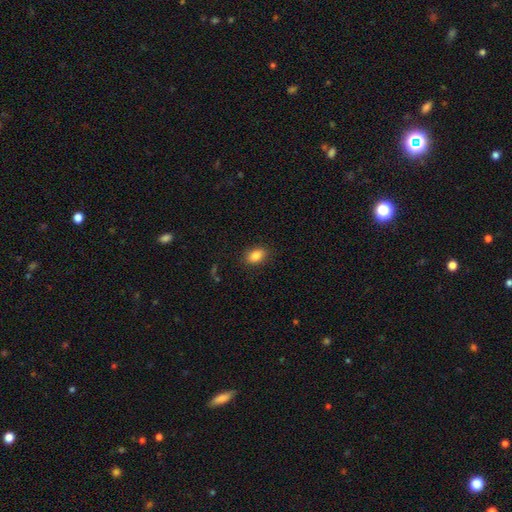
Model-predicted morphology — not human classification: This appears to be a smooth galaxy with no disk features (86%) that is in between round and cigar-shaped (85%). Merging: none (87%).